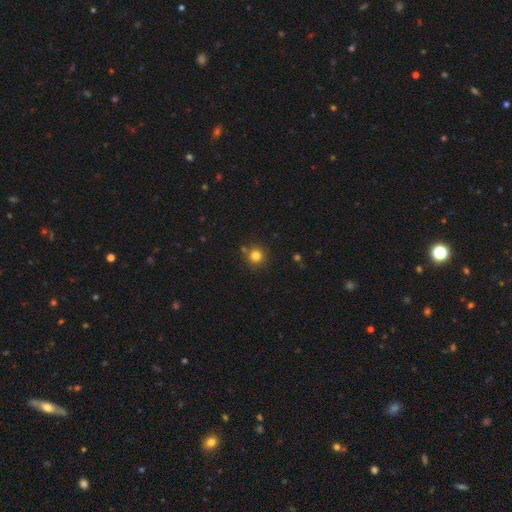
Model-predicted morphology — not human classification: A smooth galaxy with no disk features (81%) that is round (93%).

Vote fractions:
- Smooth or featured? smooth: 81% / star or artifact: 13% / featured or disk: 6%
- How rounded? round: 93% / in between: 6% / cigar-shaped: 1%
- Merging? none: 80% / minor disturbance: 10% / merger: 8% / major disturbance: 3%